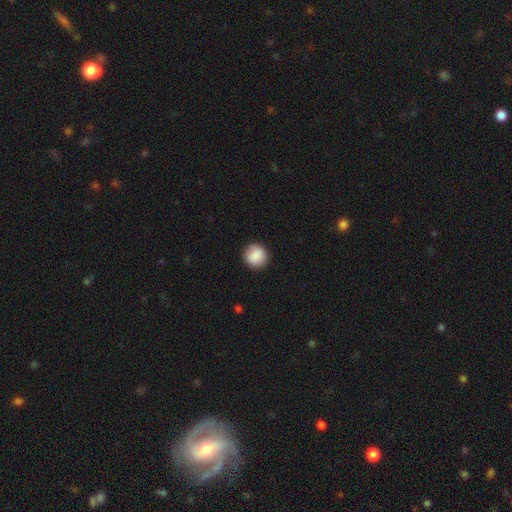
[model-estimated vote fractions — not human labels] This appears to be a smooth galaxy with no disk features (89%) that is round (93%). Merging: none (91%).